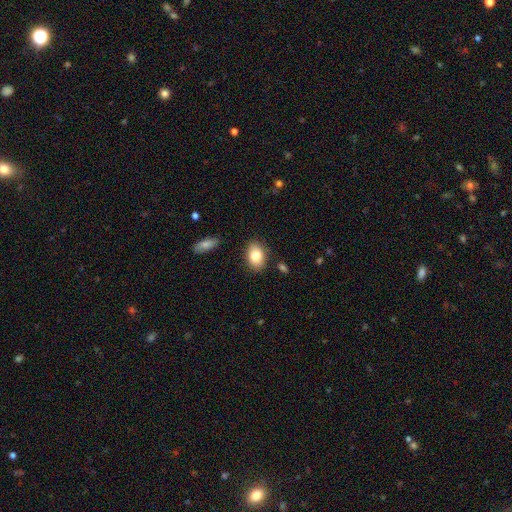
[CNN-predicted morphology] smooth_or_featured: smooth (p=0.82) [alt: featured or disk p=0.10]
how_rounded: in between (p=0.85) [alt: round p=0.14]
merging: none (p=0.84) [alt: minor disturbance p=0.11]